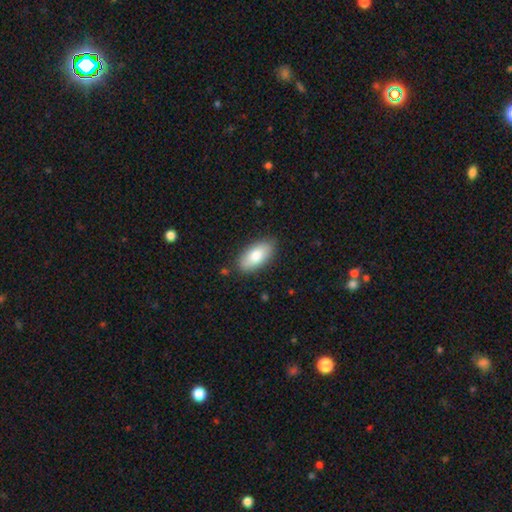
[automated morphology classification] Smooth or featured? smooth (82%)
How rounded? in between (91%)
Merging? none (85%)